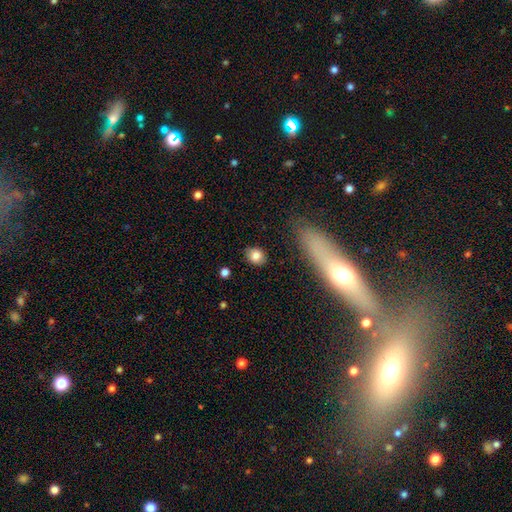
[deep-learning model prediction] Smooth or featured? smooth (82%)
How rounded? round (55%)
Merging? none (84%)